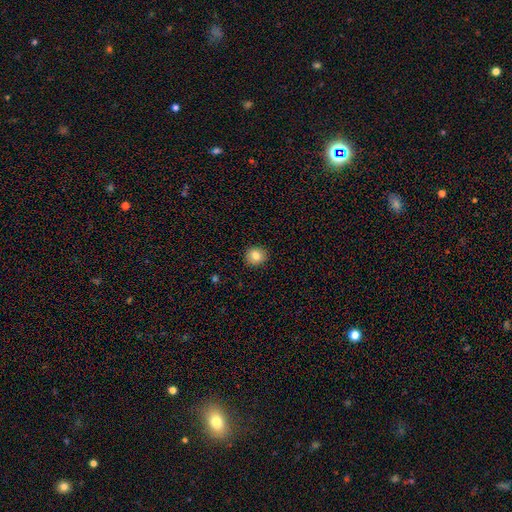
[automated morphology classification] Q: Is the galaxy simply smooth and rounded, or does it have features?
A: smooth — 83%.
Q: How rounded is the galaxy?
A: round — 82%.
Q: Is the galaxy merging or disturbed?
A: none — 90%.